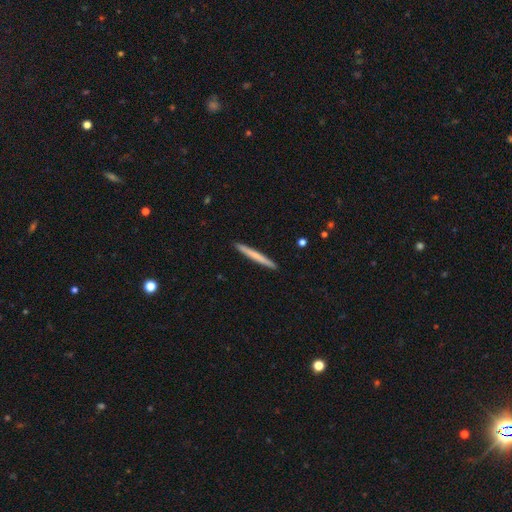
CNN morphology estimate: This is likely a smooth galaxy (64%). How rounded: clearly cigar-shaped (97%). Merging: clearly none (93%).